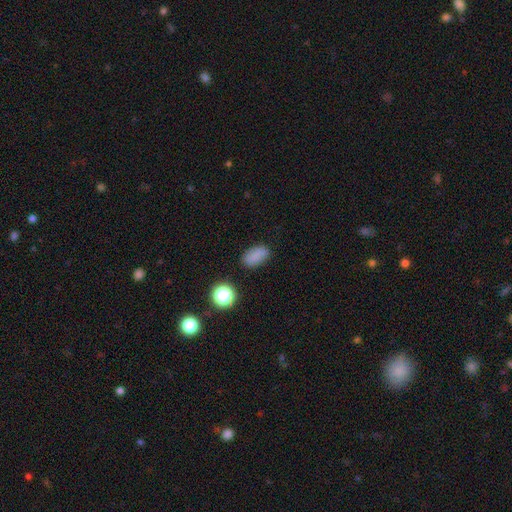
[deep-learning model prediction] Smooth or featured: smooth — 80% (star or artifact — 13%)
How rounded: in between — 87% (round — 10%)
Merging: none — 80% (minor disturbance — 14%)